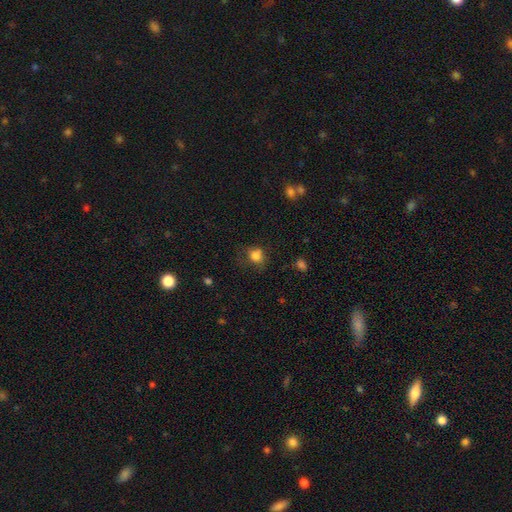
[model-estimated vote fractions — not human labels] Overall: smooth (80%). How rounded: round (61%; in between 38%). Merging: none (54%; minor disturbance 28%).